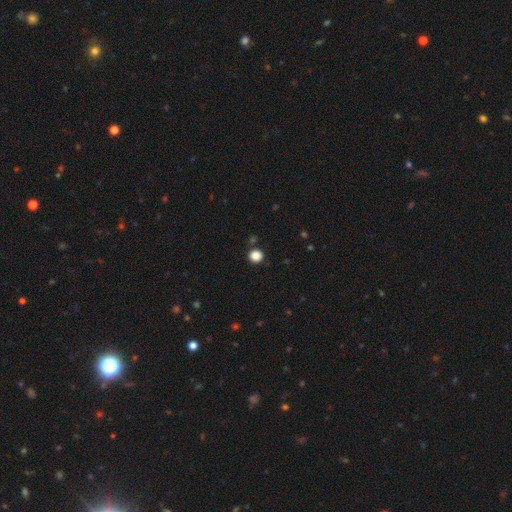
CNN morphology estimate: Smooth or featured? smooth (86%)
How rounded? round (90%)
Merging? none (89%)